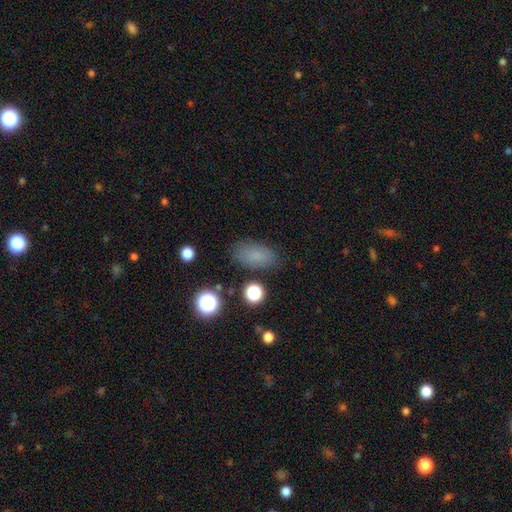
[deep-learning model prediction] Q: Smooth or featured?
A: smooth (77%); runner-up: star or artifact (14%)
Q: How rounded?
A: in between (89%); runner-up: round (7%)
Q: Merging?
A: none (80%); runner-up: minor disturbance (13%)